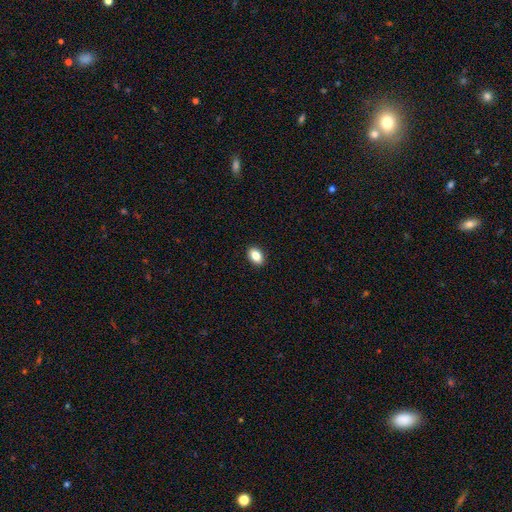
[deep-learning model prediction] Q: Smooth or featured?
A: smooth (85%); runner-up: star or artifact (9%)
Q: How rounded?
A: in between (81%); runner-up: round (17%)
Q: Merging?
A: none (91%); runner-up: minor disturbance (6%)